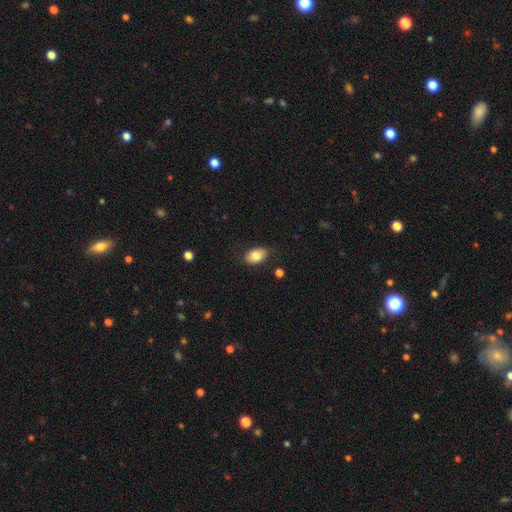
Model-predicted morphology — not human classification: smooth_or_featured: smooth (p=0.81) [alt: featured or disk p=0.11]
how_rounded: in between (p=0.86) [alt: round p=0.13]
merging: none (p=0.81) [alt: minor disturbance p=0.14]